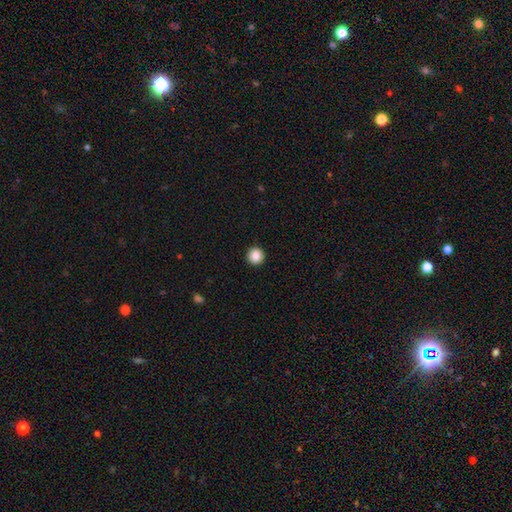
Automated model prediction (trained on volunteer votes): Overall: smooth (87%). How rounded: round (96%). Merging: none (94%).